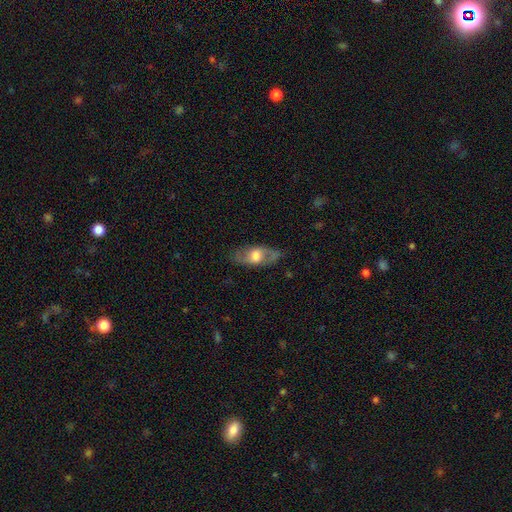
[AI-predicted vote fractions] Smooth or featured? featured or disk (53%)
Edge-on disk? no (73%)
Merging? none (76%)